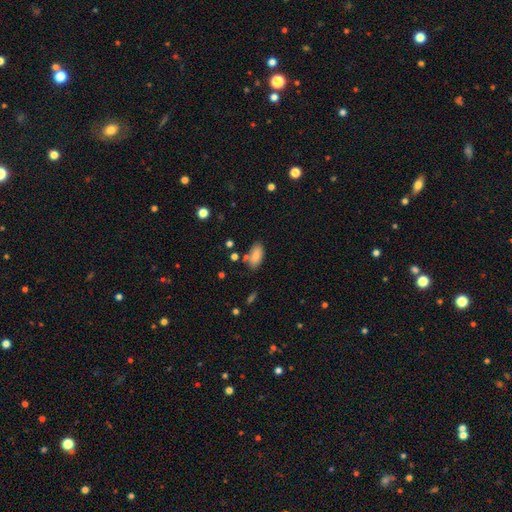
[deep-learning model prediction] Smooth or featured? Predicted: smooth (p=0.81). How rounded? Predicted: in between (p=0.92). Merging? Predicted: none (p=0.72).